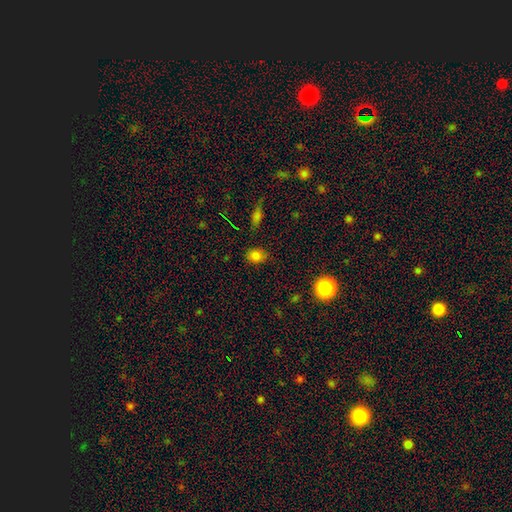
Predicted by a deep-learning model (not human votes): Smooth or featured? smooth (79%)
How rounded? in between (51%)
Merging? none (79%)